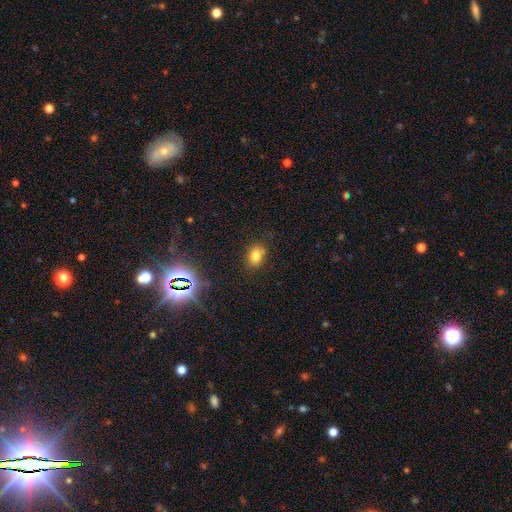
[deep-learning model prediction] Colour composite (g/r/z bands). It shows a smooth galaxy with no disk features (76%) that is in between round and cigar-shaped (57%). Merging: none (75%).